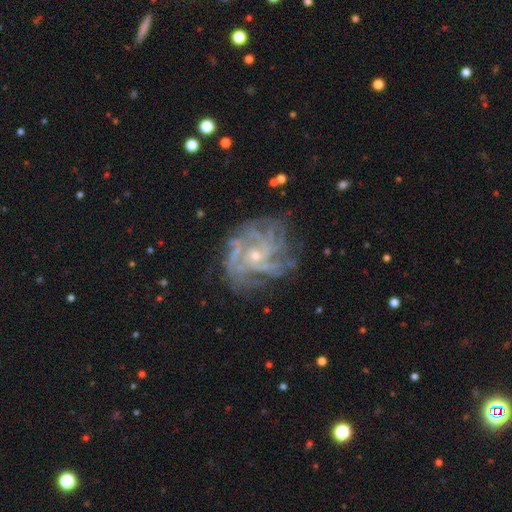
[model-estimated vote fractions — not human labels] Morphology: type=featured or disk (86%); edge-on=no (98%); bar=no (73%); spiral arms=yes (95%); winding=tight (58%); arm count=can't tell (28%); bulge=small (73%); merging=none (70%).